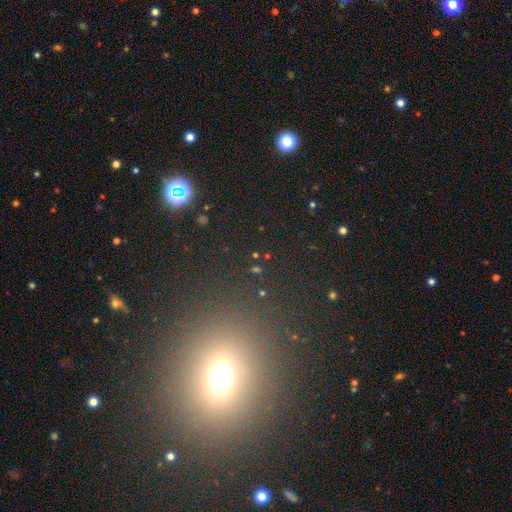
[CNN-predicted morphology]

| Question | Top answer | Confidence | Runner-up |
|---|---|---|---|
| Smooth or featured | star or artifact | 59% | smooth (31%) |